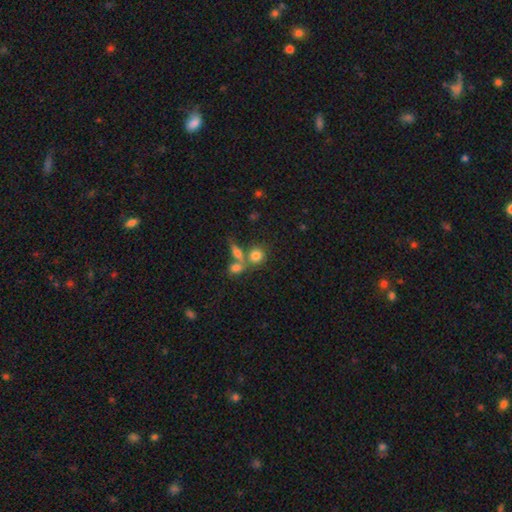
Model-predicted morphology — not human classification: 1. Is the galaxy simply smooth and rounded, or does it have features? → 77% smooth, 12% star or artifact, 11% featured or disk.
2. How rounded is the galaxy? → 75% round, 22% in between, 2% cigar-shaped.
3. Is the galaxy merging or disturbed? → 49% none, 35% merger, 10% minor disturbance, 6% major disturbance.